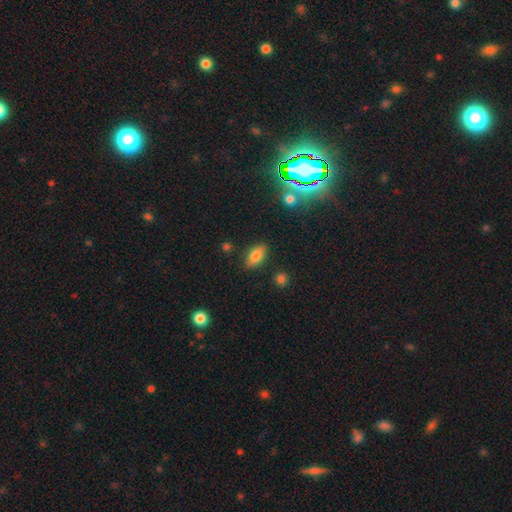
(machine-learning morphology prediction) smooth_or_featured: smooth (p=0.77) [alt: featured or disk p=0.13]
how_rounded: in between (p=0.86) [alt: cigar-shaped p=0.08]
merging: none (p=0.84) [alt: minor disturbance p=0.11]